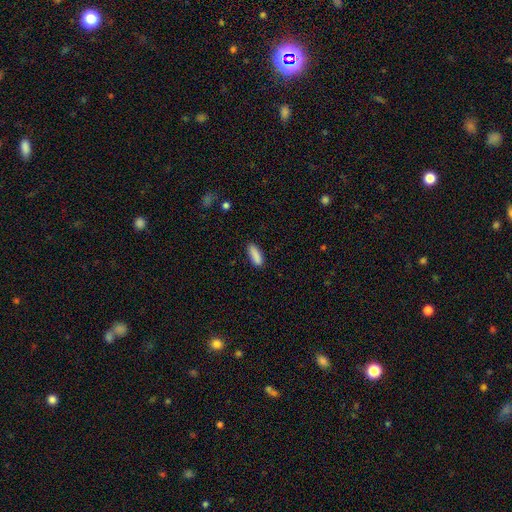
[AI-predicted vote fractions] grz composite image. It shows a smooth galaxy with no disk features (89%) that is in between round and cigar-shaped (56%). Merging: none (85%).